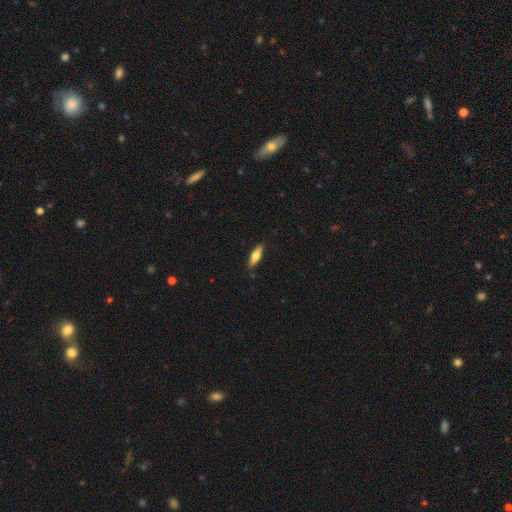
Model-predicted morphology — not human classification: smooth_or_featured: smooth (p=0.63) [alt: featured or disk p=0.31]
how_rounded: cigar-shaped (p=0.50) [alt: in between p=0.48]
merging: none (p=0.86) [alt: minor disturbance p=0.11]